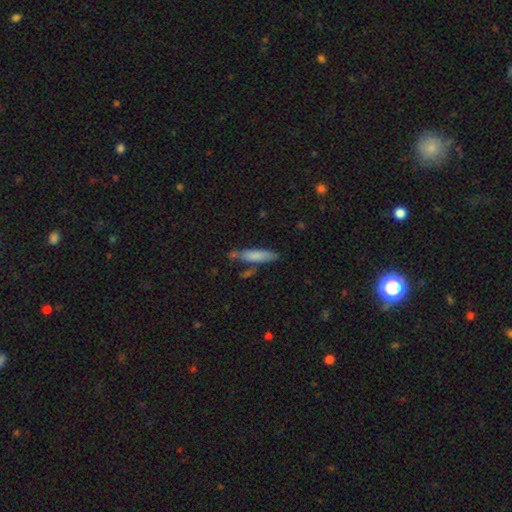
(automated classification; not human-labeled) Smooth or featured?
  - smooth: 76% *
  - featured or disk: 17%
  - star or artifact: 6%
How rounded?
  - cigar-shaped: 74% *
  - in between: 24%
  - round: 2%
Merging?
  - none: 65% *
  - minor disturbance: 19%
  - merger: 10%
  - major disturbance: 5%